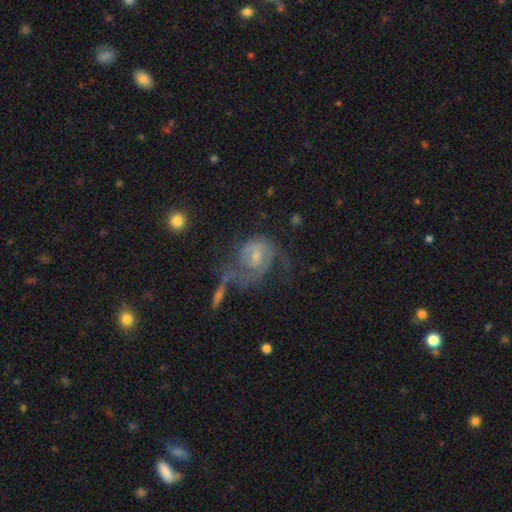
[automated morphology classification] Overall: featured or disk (69%). Edge-on disk: no (97%). Bar: weak (46%; no 43%). Spiral arms: yes (79%). Spiral arm count: 2 (43%; can't tell 28%). Spiral winding: medium (41%; tight 34%). Bulge size: small (49%; moderate 42%). Merging: major disturbance (38%; none 31%).